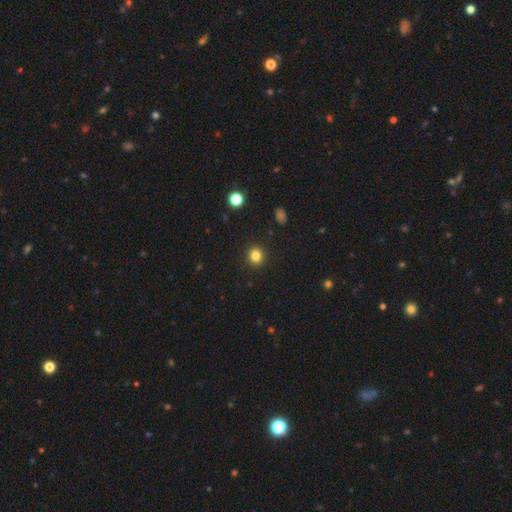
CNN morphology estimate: A smooth galaxy with no disk features (83%) that is round (87%).

Vote fractions:
- Smooth or featured? smooth: 83% / star or artifact: 12% / featured or disk: 5%
- How rounded? round: 87% / in between: 12% / cigar-shaped: 1%
- Merging? none: 92% / minor disturbance: 5% / major disturbance: 2% / merger: 1%